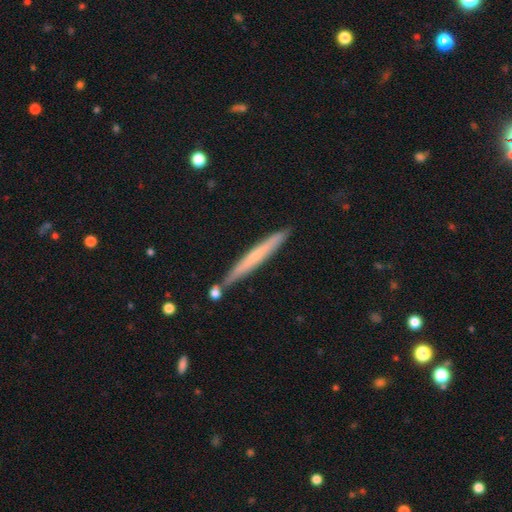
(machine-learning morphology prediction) smooth-or-featured: smooth: 52% | featured or disk: 42% | star or artifact: 6%
  how-rounded: cigar-shaped: 97% | in between: 2% | round: 1%
  merging: none: 84% | minor disturbance: 10% | merger: 4% | major disturbance: 2%